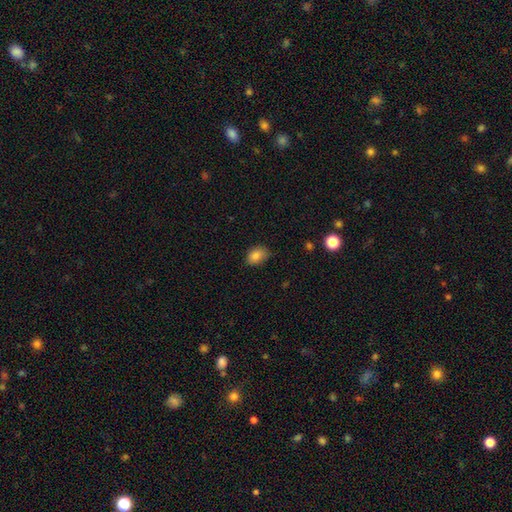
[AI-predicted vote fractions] smooth_or_featured: smooth (p=0.84) [alt: star or artifact p=0.10]
how_rounded: in between (p=0.79) [alt: round p=0.20]
merging: none (p=0.75) [alt: minor disturbance p=0.20]